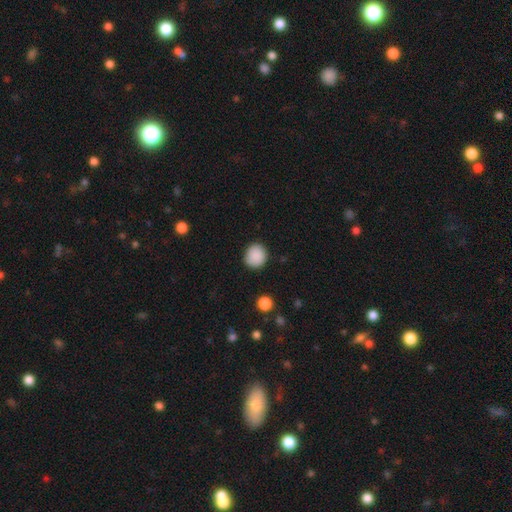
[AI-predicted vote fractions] Smooth or featured: smooth — 89% (star or artifact — 8%)
How rounded: round — 85% (in between — 15%)
Merging: none — 87% (minor disturbance — 9%)